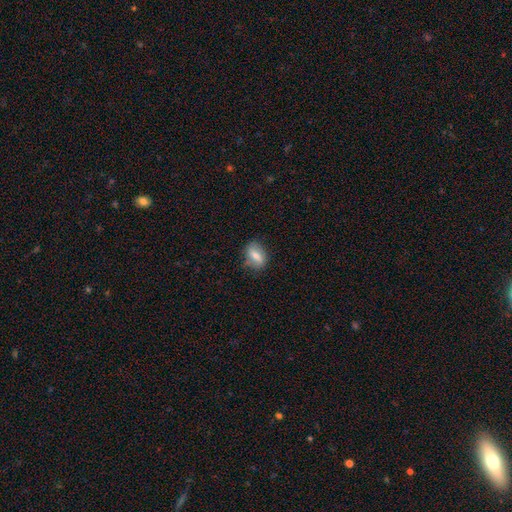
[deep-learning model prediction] Smooth or featured?
  - smooth: 65% *
  - featured or disk: 27%
  - star or artifact: 8%
How rounded?
  - in between: 75% *
  - round: 20%
  - cigar-shaped: 5%
Merging?
  - none: 75% *
  - minor disturbance: 19%
  - major disturbance: 5%
  - merger: 2%